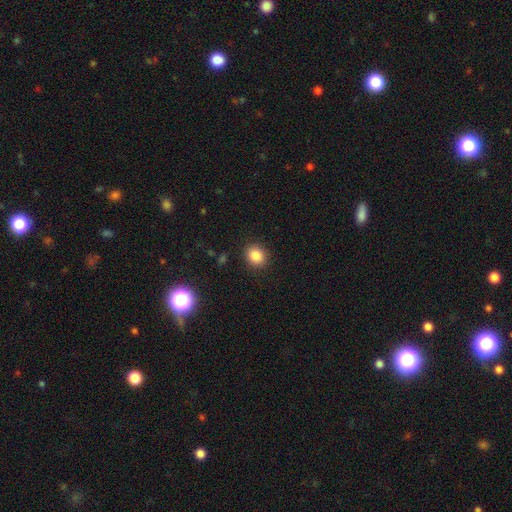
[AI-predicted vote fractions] Morphology: type=smooth (85%); roundness=round (69%); merging=none (89%).